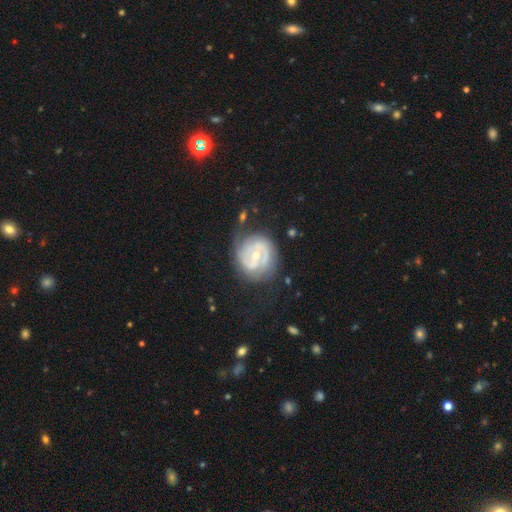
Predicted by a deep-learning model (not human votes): The model was most divided on "bulge size": small: 50%, moderate: 46%, large: 2%, none: 1%, dominant: 1%. Remaining: edge-on disk — no (97%); spiral arms — yes (92%); smooth or featured — featured or disk (84%); merging — none (64%); spiral arm count — 2 (62%); spiral winding — tight (57%); bar — no (46%).